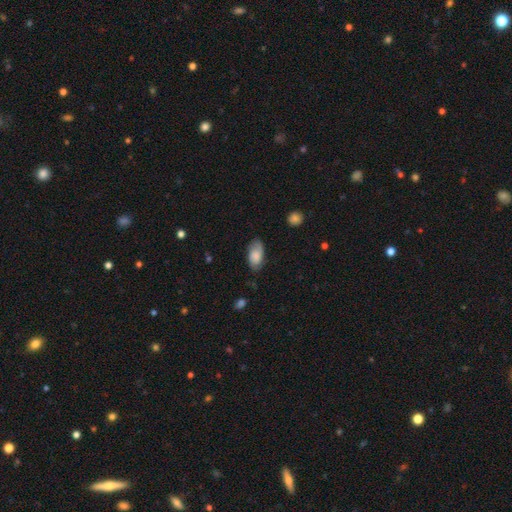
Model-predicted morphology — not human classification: Smooth or featured? Predicted: smooth (p=0.66). How rounded? Predicted: in between (p=0.93). Merging? Predicted: none (p=0.73).